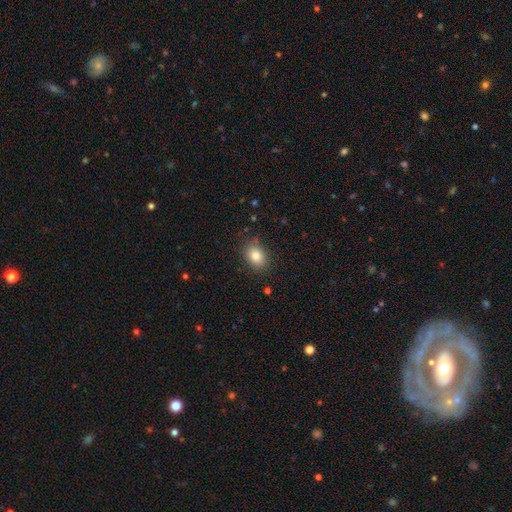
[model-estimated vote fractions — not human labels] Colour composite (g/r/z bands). It shows a smooth galaxy with no disk features (84%) that is in between round and cigar-shaped (70%). Merging: none (83%).